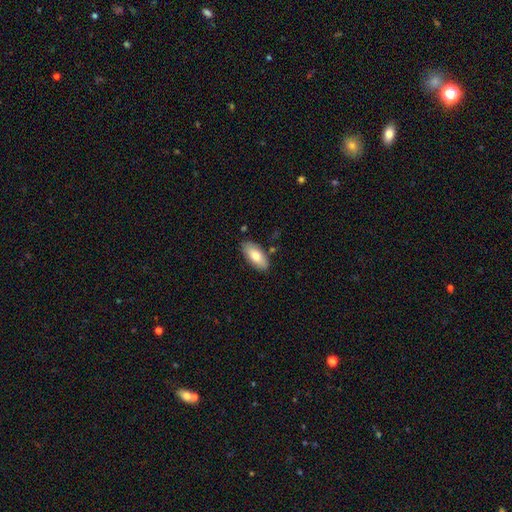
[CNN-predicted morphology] A smooth galaxy with no disk features (75%) that is in between round and cigar-shaped (89%).

Vote fractions:
- Smooth or featured? smooth: 75% / featured or disk: 18% / star or artifact: 6%
- How rounded? in between: 89% / cigar-shaped: 8% / round: 2%
- Merging? none: 82% / minor disturbance: 12% / merger: 3% / major disturbance: 2%